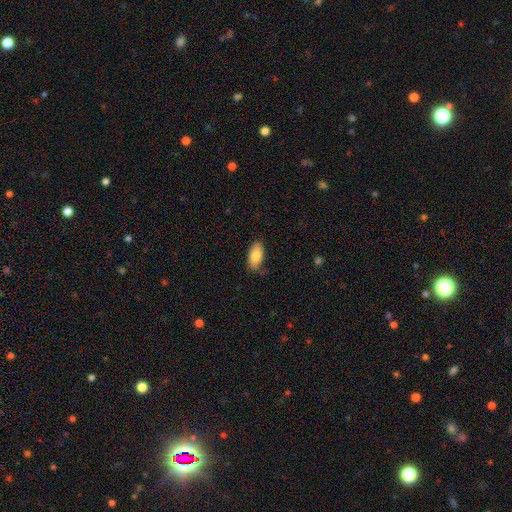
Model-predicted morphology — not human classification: Overall: smooth (83%). How rounded: in between (93%). Merging: none (79%).